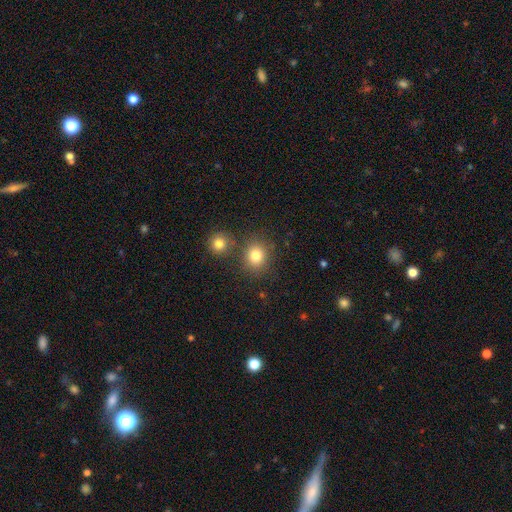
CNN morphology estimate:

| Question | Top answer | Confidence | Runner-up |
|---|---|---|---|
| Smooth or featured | smooth | 81% | star or artifact (13%) |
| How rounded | round | 77% | in between (22%) |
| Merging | none | 73% | merger (13%) |